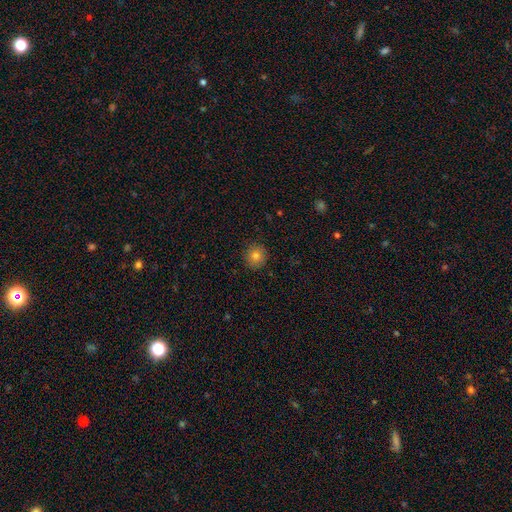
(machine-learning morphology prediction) A smooth galaxy with no disk features (80%) that is round (92%). Merging: none (90%).